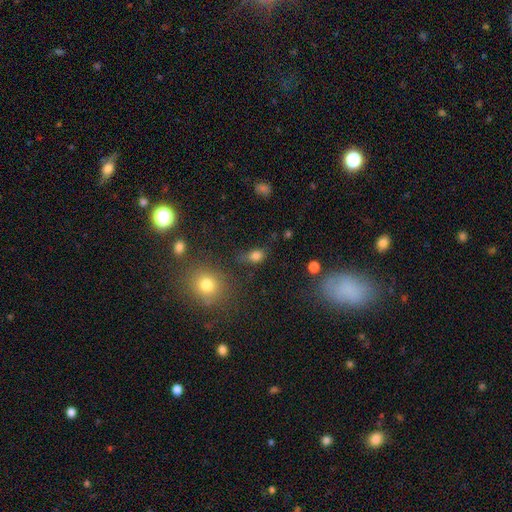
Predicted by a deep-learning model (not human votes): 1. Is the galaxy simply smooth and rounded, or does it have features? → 78% smooth, 15% star or artifact, 7% featured or disk.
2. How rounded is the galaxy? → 64% in between, 33% round, 3% cigar-shaped.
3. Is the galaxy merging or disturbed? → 57% none, 23% minor disturbance, 11% major disturbance, 8% merger.